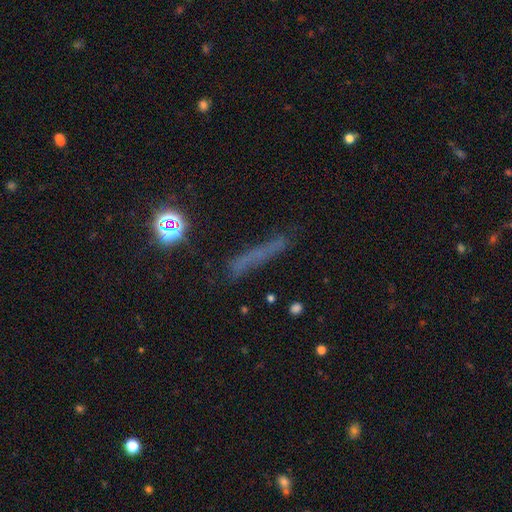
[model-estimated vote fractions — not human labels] Smooth or featured?
  - smooth: 48% *
  - featured or disk: 26%
  - star or artifact: 25%
Merging?
  - none: 79% *
  - minor disturbance: 13%
  - major disturbance: 5%
  - merger: 3%